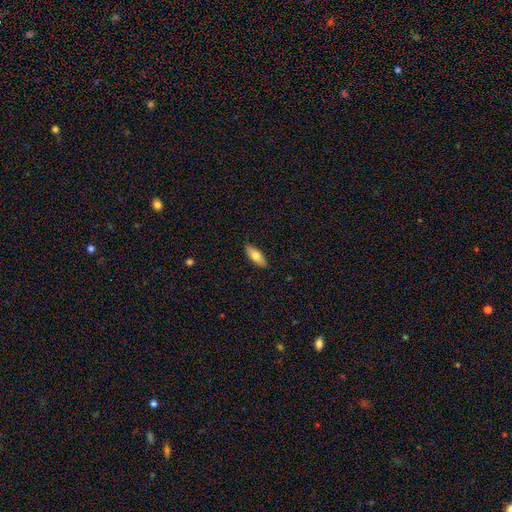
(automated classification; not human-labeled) This appears to be a smooth galaxy with no disk features (73%) that is in between round and cigar-shaped (79%). Merging: none (86%).